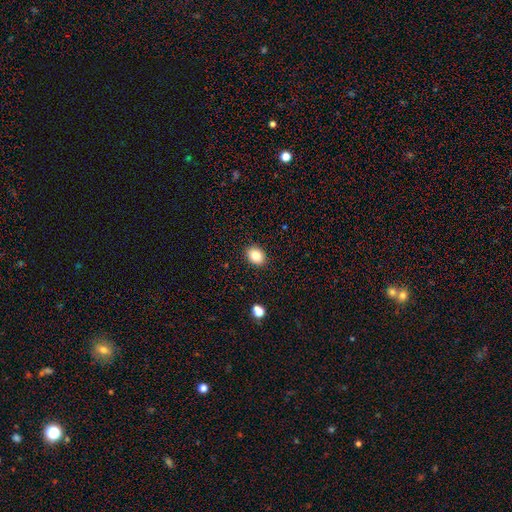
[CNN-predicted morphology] type=smooth (84%); roundness=in between (64%); merging=none (90%).